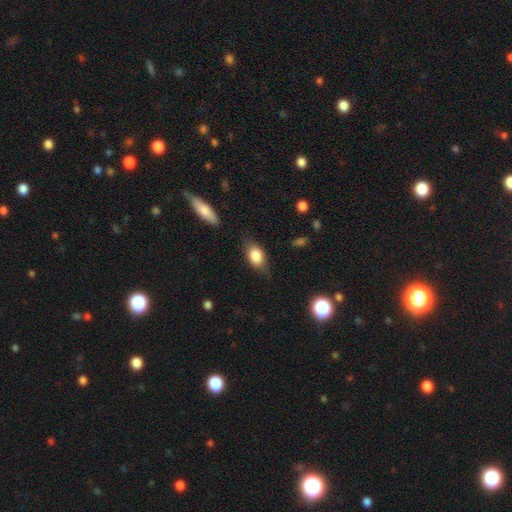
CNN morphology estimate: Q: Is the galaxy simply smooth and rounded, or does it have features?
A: smooth — 81%.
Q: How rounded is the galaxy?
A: in between — 86%.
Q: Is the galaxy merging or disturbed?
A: none — 71%.